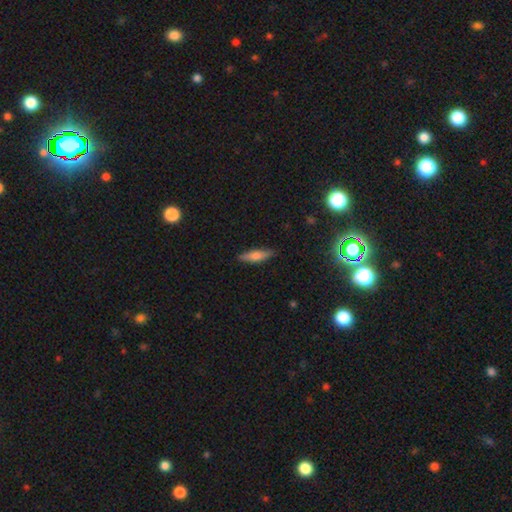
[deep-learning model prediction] Q: Smooth or featured?
A: smooth (61%); runner-up: featured or disk (32%)
Q: How rounded?
A: cigar-shaped (69%); runner-up: in between (28%)
Q: Merging?
A: none (88%); runner-up: minor disturbance (9%)